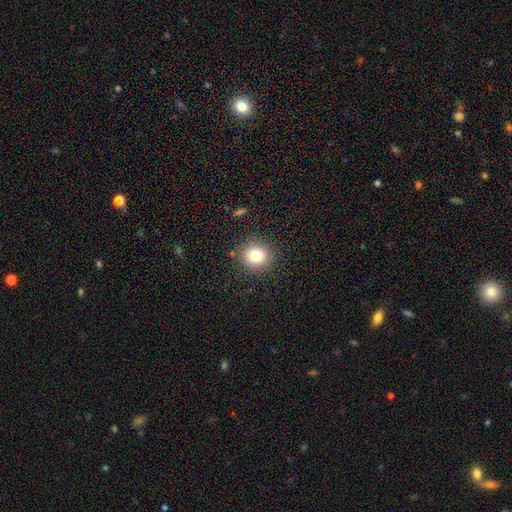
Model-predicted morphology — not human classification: Smooth or featured?
  - smooth: 79% *
  - star or artifact: 12%
  - featured or disk: 9%
How rounded?
  - round: 82% *
  - in between: 17%
  - cigar-shaped: 1%
Merging?
  - none: 87% *
  - minor disturbance: 8%
  - major disturbance: 3%
  - merger: 1%